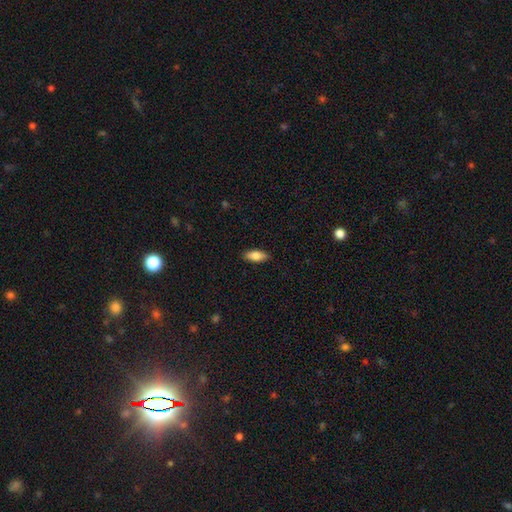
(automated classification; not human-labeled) Overall: smooth (82%). How rounded: in between (81%). Merging: none (89%).